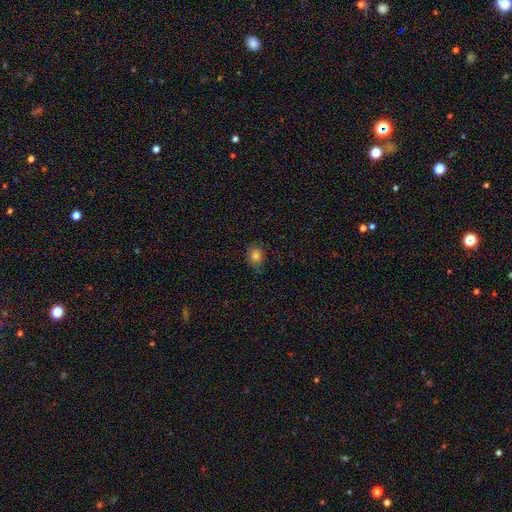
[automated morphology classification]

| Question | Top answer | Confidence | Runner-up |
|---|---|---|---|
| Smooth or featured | smooth | 81% | star or artifact (12%) |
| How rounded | in between | 52% | round (47%) |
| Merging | none | 80% | minor disturbance (16%) |